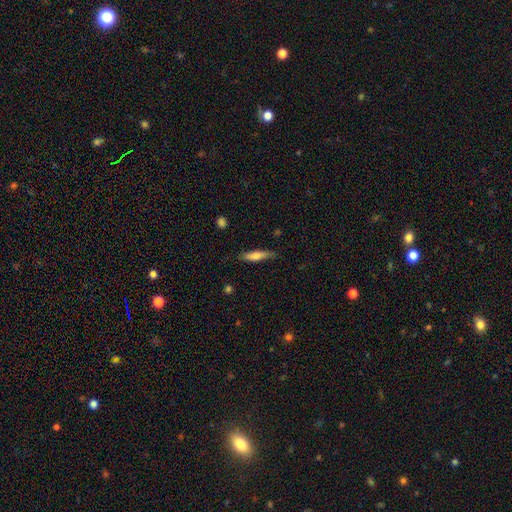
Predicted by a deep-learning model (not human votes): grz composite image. It shows a smooth galaxy with no disk features (65%) that is cigar-shaped (79%). Merging: none (80%).